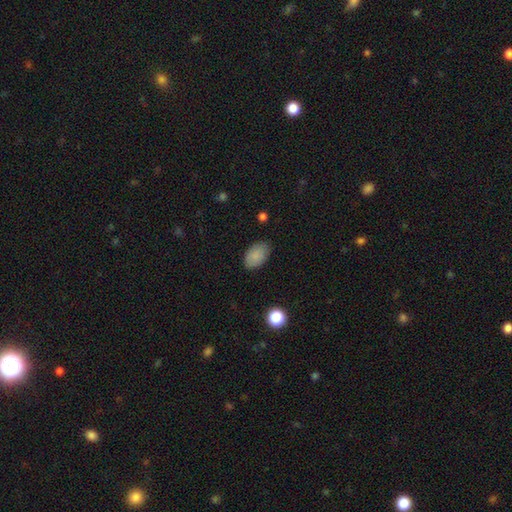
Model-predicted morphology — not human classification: Smooth or featured?
  - smooth: 87% *
  - star or artifact: 8%
  - featured or disk: 5%
How rounded?
  - in between: 91% *
  - round: 7%
  - cigar-shaped: 1%
Merging?
  - none: 84% *
  - minor disturbance: 12%
  - major disturbance: 3%
  - merger: 1%